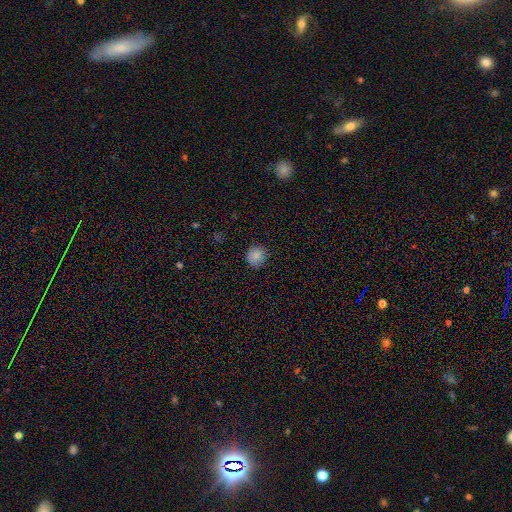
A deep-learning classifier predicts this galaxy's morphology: smooth-or-featured: smooth: 85% | star or artifact: 11% | featured or disk: 5%
  how-rounded: round: 90% | in between: 9% | cigar-shaped: 1%
  merging: none: 87% | minor disturbance: 9% | major disturbance: 2% | merger: 1%